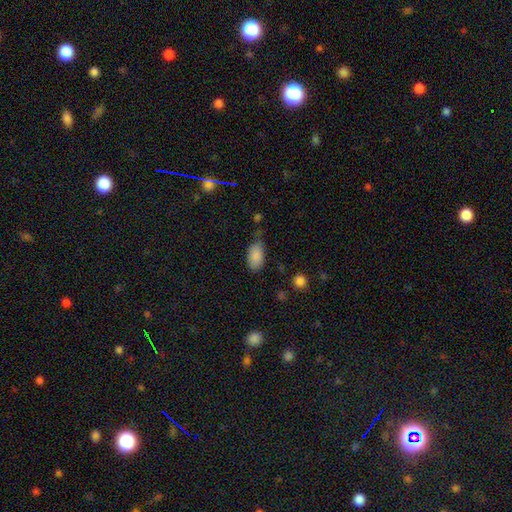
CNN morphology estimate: This appears to be a smooth galaxy with no disk features (87%) that is in between round and cigar-shaped (94%). Merging: none (60%).